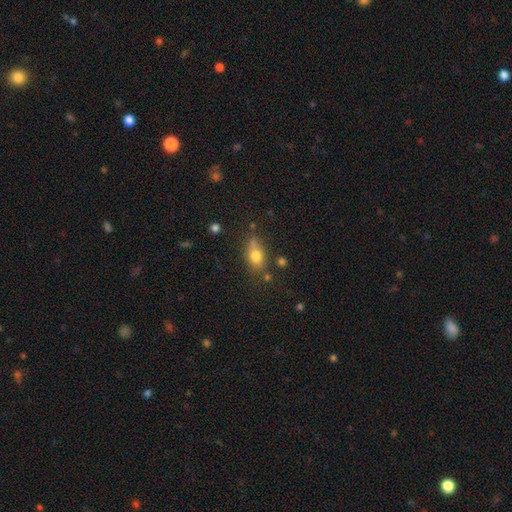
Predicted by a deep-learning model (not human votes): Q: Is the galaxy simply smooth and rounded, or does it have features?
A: smooth — 75%.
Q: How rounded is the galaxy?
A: in between — 72%.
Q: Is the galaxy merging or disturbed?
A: none — 57%.